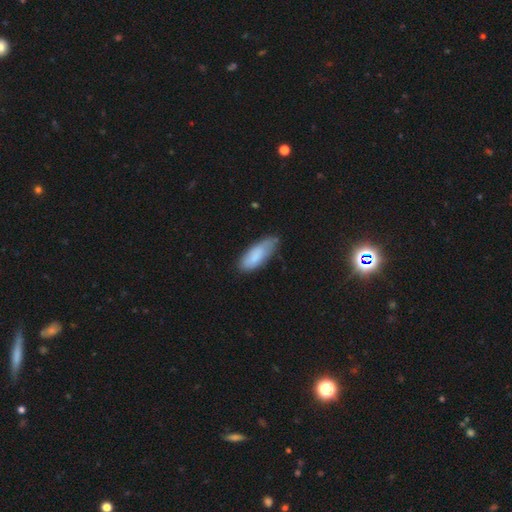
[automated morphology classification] A smooth galaxy with no disk features (81%) that is in between round and cigar-shaped (73%). Merging: none (62%).